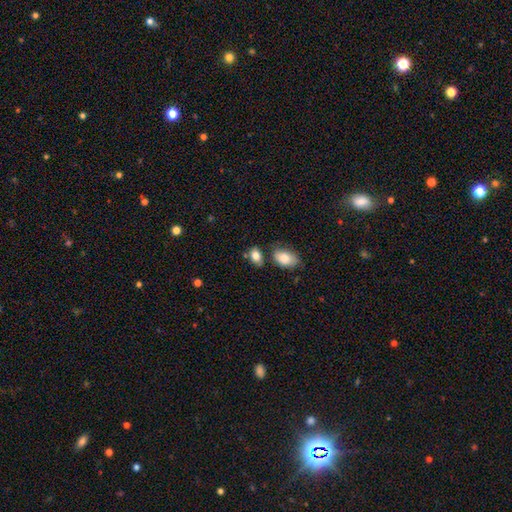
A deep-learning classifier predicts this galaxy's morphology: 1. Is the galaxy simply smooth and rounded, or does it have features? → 83% smooth, 8% featured or disk, 8% star or artifact.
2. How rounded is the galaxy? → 83% in between, 16% round, 2% cigar-shaped.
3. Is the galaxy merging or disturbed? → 63% none, 17% minor disturbance, 16% merger, 4% major disturbance.